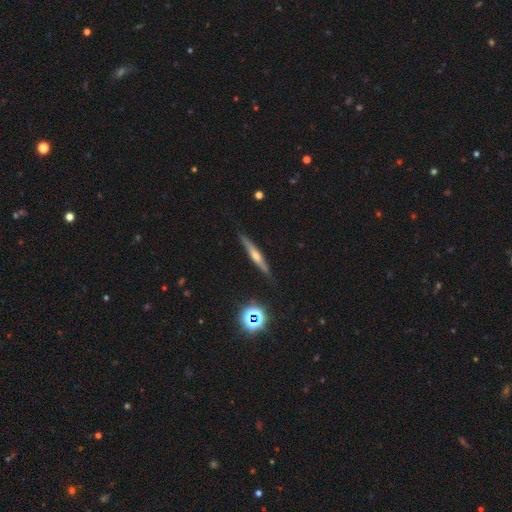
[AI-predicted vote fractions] Smooth or featured? Predicted: featured or disk (p=0.65). Edge-on disk? Predicted: yes (p=0.96). Edge-on bulge? Predicted: rounded (p=0.81). Merging? Predicted: none (p=0.87).